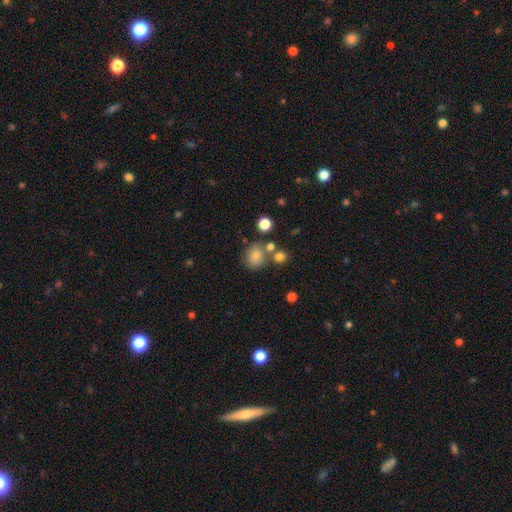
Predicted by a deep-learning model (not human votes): This is likely a smooth galaxy (77%). How rounded: likely round (77%). Merging: likely none (65%).